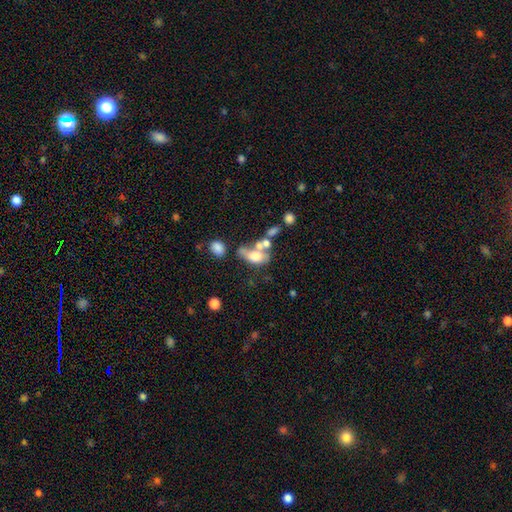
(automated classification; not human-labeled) Smooth or featured? Predicted: smooth (p=0.55). How rounded? Predicted: in between (p=0.78). Merging? Predicted: merger (p=0.47).